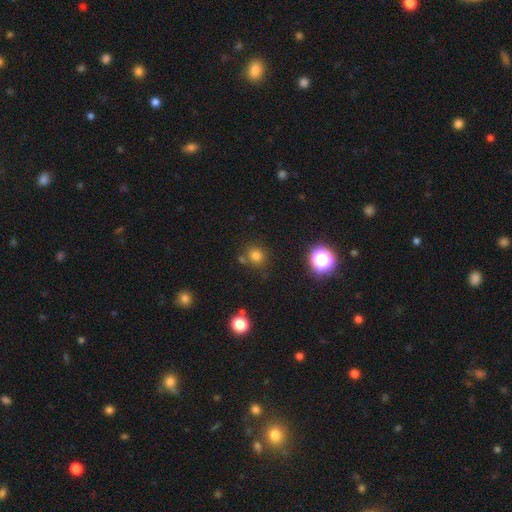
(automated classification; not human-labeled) Q: Smooth or featured?
A: smooth (73%); runner-up: star or artifact (20%)
Q: How rounded?
A: round (83%); runner-up: in between (16%)
Q: Merging?
A: none (76%); runner-up: minor disturbance (11%)